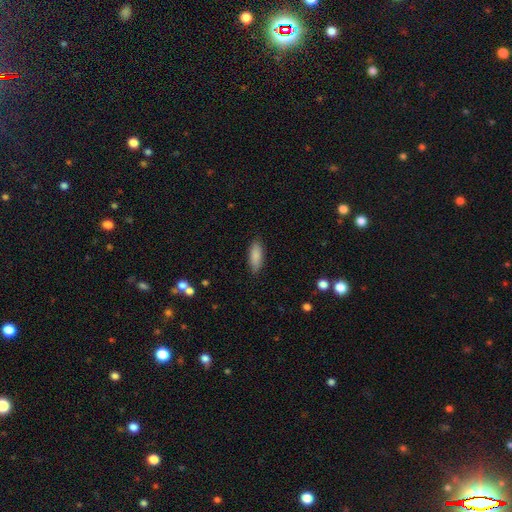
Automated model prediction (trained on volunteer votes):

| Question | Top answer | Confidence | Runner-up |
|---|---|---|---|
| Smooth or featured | smooth | 87% | featured or disk (7%) |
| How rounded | in between | 68% | cigar-shaped (30%) |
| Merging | none | 86% | minor disturbance (11%) |